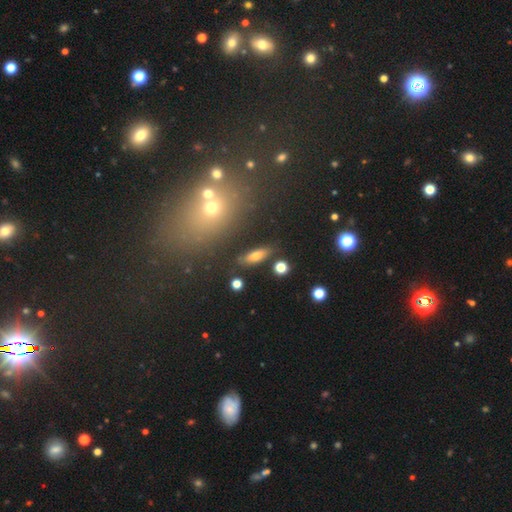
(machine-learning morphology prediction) This is likely a smooth galaxy (70%). How rounded: likely in between (61%). Merging: clearly none (82%).